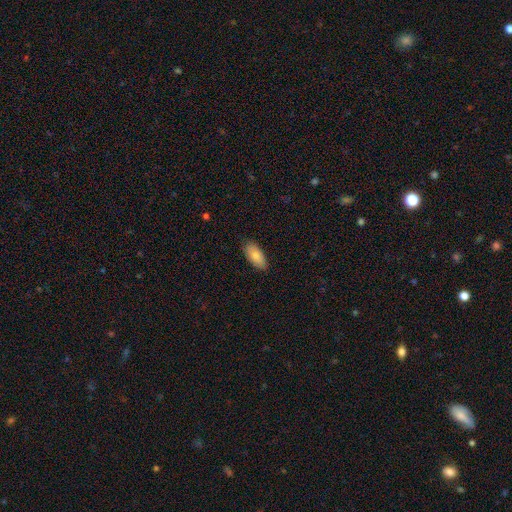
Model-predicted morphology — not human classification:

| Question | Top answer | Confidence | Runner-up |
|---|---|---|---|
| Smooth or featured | smooth | 81% | featured or disk (13%) |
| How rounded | in between | 91% | cigar-shaped (7%) |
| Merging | none | 85% | minor disturbance (12%) |